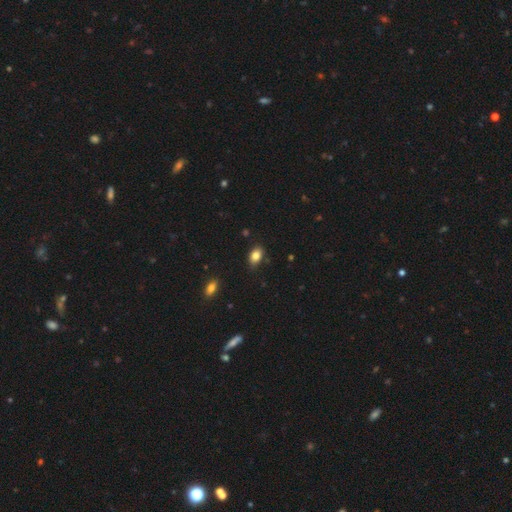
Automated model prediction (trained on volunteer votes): The model was most divided on "how rounded": in between: 83%, round: 15%, cigar-shaped: 2%. More confident: smooth or featured — smooth (84%); merging — none (83%).